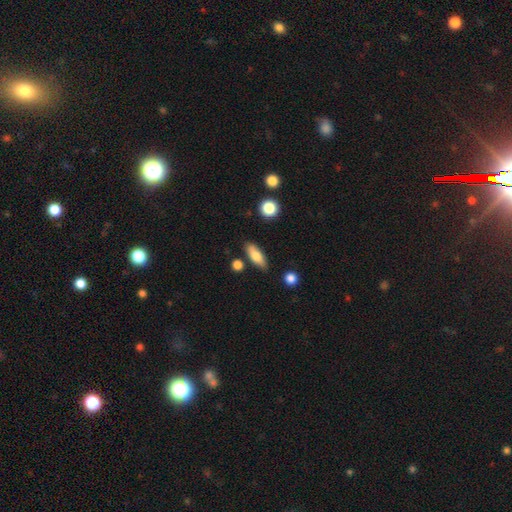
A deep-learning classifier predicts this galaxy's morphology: smooth 75%, featured or disk 18%, star or artifact 7%. Down the decision tree: how rounded — in between (65%); merging — none (80%).